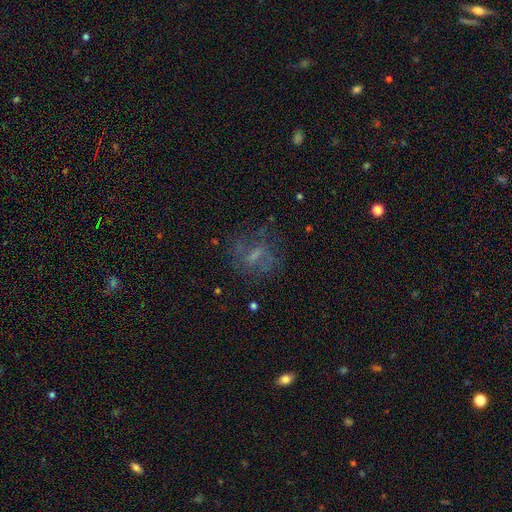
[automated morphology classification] smooth_or_featured: featured or disk (p=0.46) [alt: smooth p=0.35]
merging: none (p=0.58) [alt: major disturbance p=0.22]